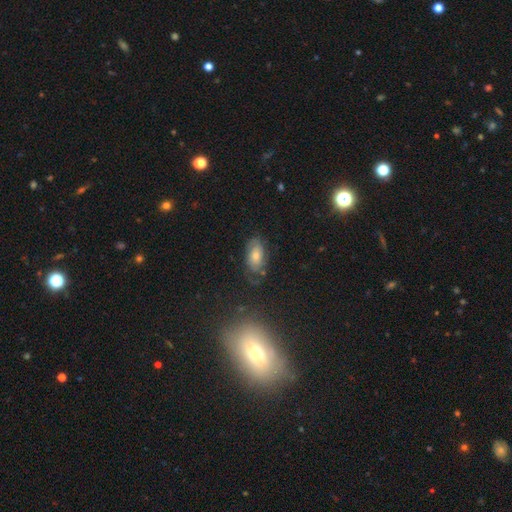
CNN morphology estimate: This is possibly a smooth galaxy (53%). How rounded: clearly in between (90%). Merging: likely none (65%).